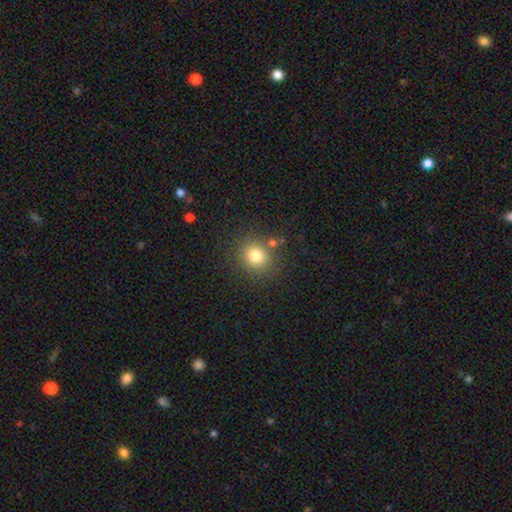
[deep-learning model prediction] The model was most divided on "smooth or featured": smooth: 80%, star or artifact: 13%, featured or disk: 7%. More confident: how rounded — round (87%); merging — none (81%).